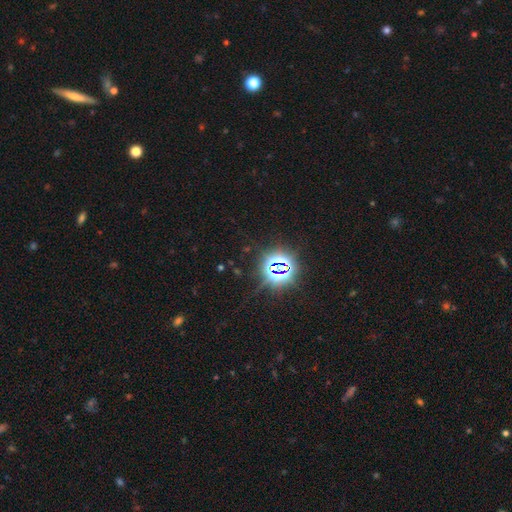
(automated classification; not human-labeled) Smooth or featured? star or artifact (83%)